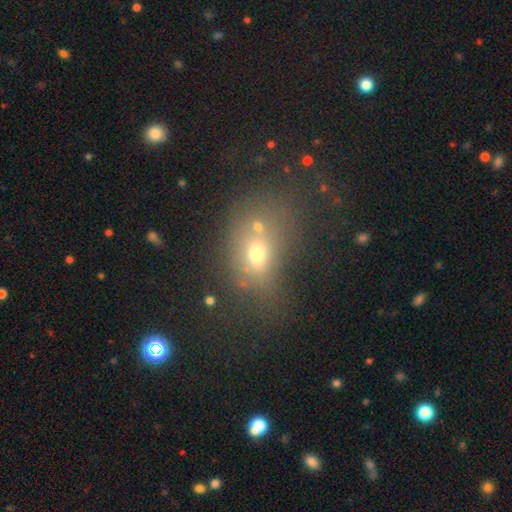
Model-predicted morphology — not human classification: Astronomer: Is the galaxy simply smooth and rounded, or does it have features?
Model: smooth — 58%.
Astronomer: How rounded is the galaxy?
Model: in between — 64%.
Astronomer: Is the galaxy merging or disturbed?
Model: none — 39% (runner-up: merger, 27%).